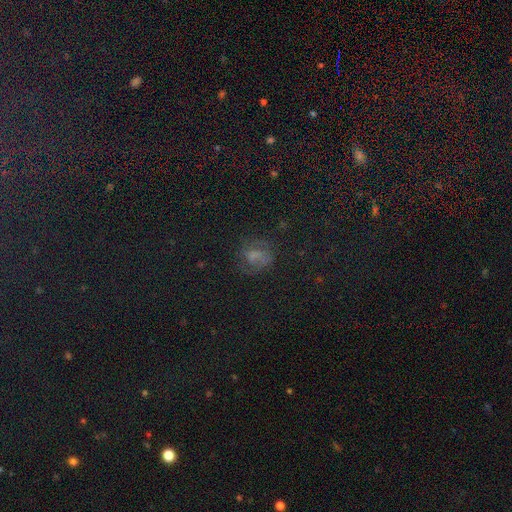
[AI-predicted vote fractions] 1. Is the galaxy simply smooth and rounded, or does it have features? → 37% smooth, 32% star or artifact, 30% featured or disk.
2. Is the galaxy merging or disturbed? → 56% none, 21% minor disturbance, 20% major disturbance, 3% merger.